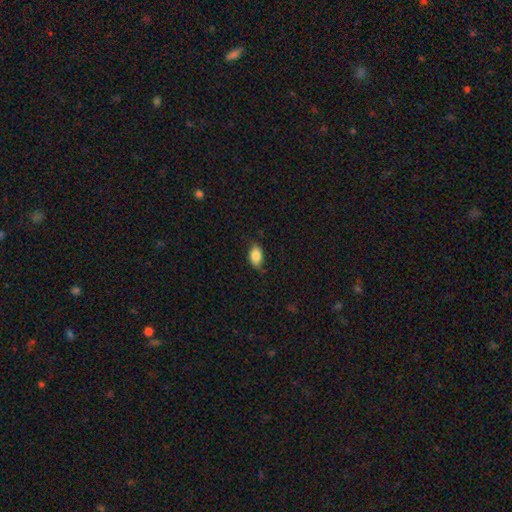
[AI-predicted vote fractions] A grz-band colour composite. It shows a smooth galaxy with no disk features (85%) that is in between round and cigar-shaped (90%). Merging: none (76%).